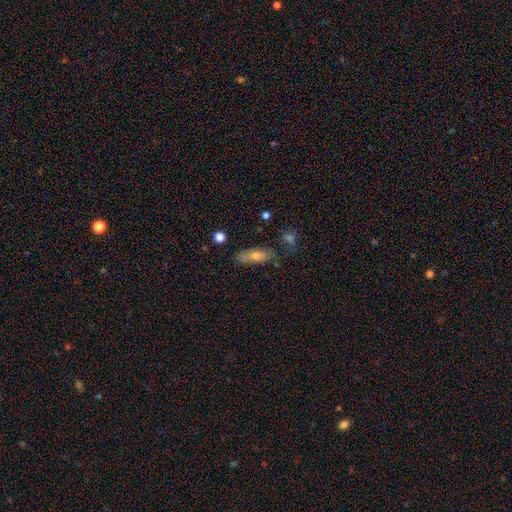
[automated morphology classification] The model was most divided on "how rounded": in between: 53%, cigar-shaped: 44%, round: 3%. More confident: merging — none (69%); smooth or featured — smooth (61%).